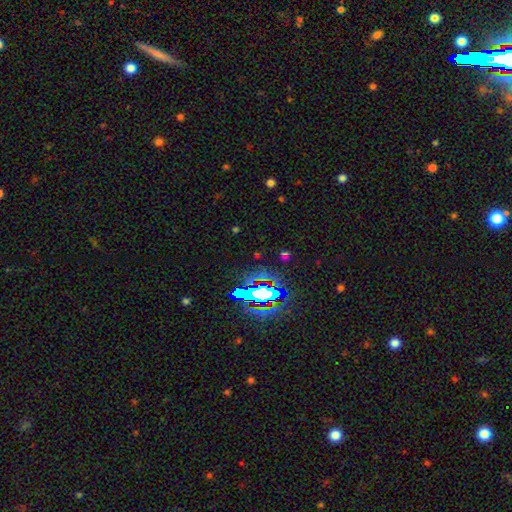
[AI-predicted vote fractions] Smooth or featured? Predicted: star or artifact (p=0.66).